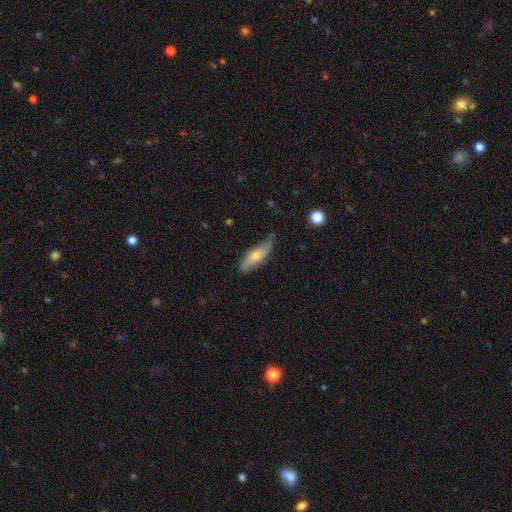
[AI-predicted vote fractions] The model was most divided on "smooth or featured": smooth: 49%, featured or disk: 45%, star or artifact: 7%. More confident: merging — none (64%).